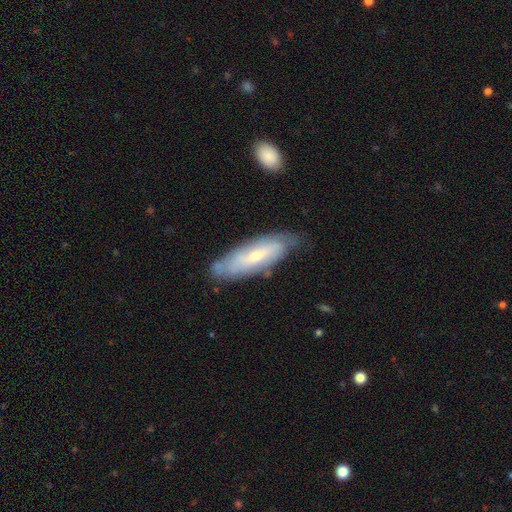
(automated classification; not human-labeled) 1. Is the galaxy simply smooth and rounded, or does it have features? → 55% featured or disk, 39% smooth, 6% star or artifact.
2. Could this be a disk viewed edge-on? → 71% no, 29% yes.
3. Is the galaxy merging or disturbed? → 70% none, 22% minor disturbance, 5% major disturbance, 3% merger.